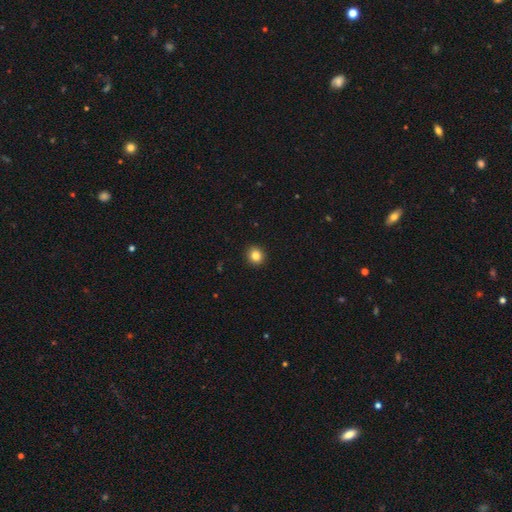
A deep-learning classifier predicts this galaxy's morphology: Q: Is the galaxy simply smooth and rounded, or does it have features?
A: smooth — 84%.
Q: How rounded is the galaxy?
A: round — 88%.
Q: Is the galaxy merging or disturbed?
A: none — 93%.